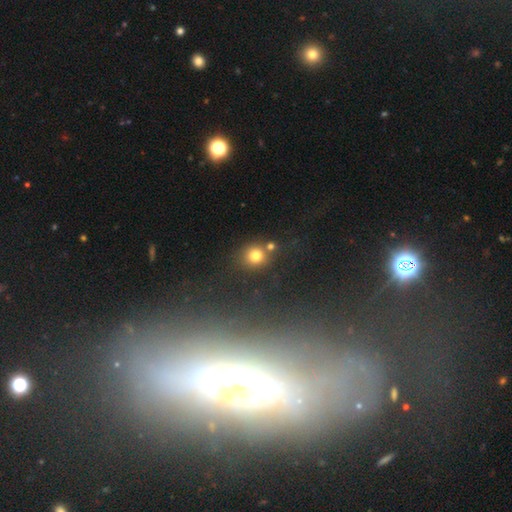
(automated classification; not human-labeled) Morphology: type=smooth (77%); roundness=round (84%); merging=none (68%).